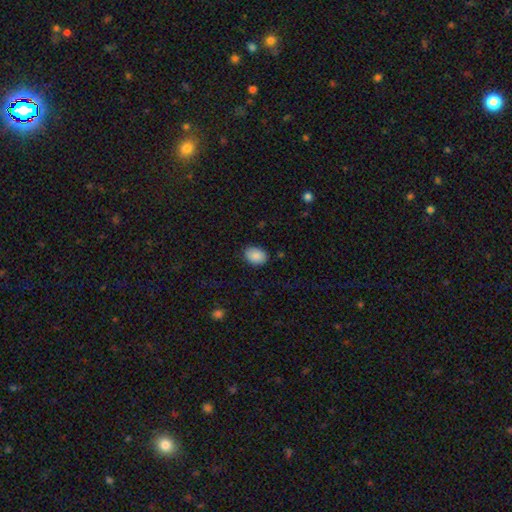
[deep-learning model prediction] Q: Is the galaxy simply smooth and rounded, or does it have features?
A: smooth — 88%.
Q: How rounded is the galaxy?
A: in between — 71%.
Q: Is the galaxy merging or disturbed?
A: none — 84%.